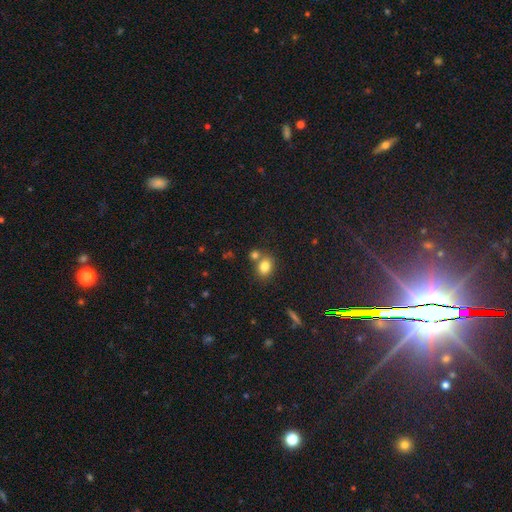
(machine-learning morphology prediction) smooth 78%, star or artifact 13%, featured or disk 8%. Down the decision tree: how rounded — in between (55%); merging — none (61%).